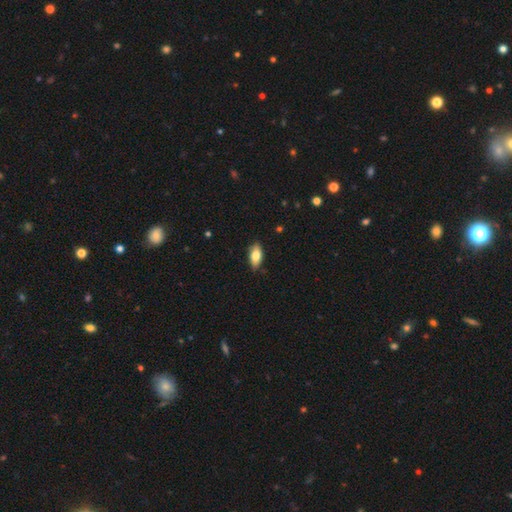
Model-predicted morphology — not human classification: smooth_or_featured: smooth (p=0.79) [alt: featured or disk p=0.14]
how_rounded: in between (p=0.87) [alt: cigar-shaped p=0.10]
merging: none (p=0.84) [alt: minor disturbance p=0.13]